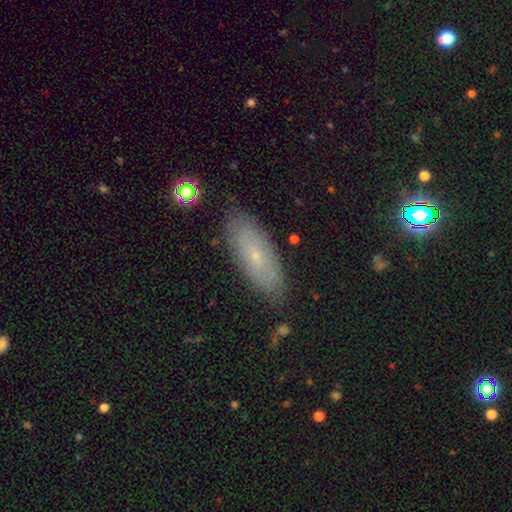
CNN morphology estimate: Smooth or featured?
  - smooth: 56% *
  - featured or disk: 34%
  - star or artifact: 10%
How rounded?
  - in between: 69% *
  - cigar-shaped: 28%
  - round: 3%
Merging?
  - none: 84% *
  - minor disturbance: 12%
  - major disturbance: 3%
  - merger: 2%